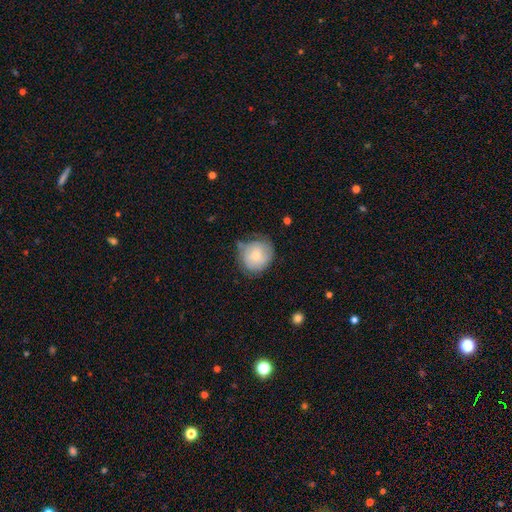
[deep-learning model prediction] Smooth or featured: smooth — 67% (featured or disk — 25%)
How rounded: round — 84% (in between — 15%)
Merging: none — 59% (minor disturbance — 29%)